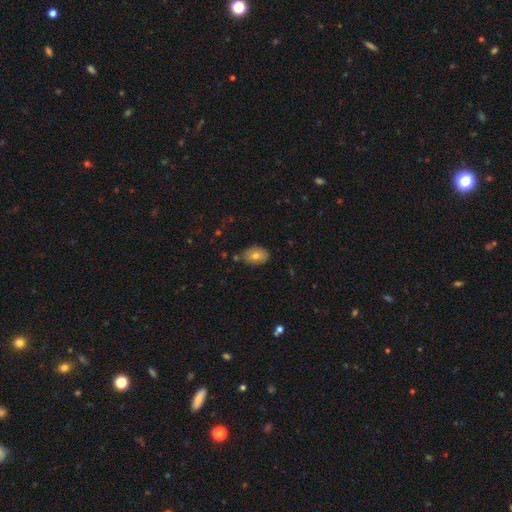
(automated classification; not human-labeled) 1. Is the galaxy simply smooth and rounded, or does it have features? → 75% smooth, 16% featured or disk, 9% star or artifact.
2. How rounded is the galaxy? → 85% in between, 14% round, 1% cigar-shaped.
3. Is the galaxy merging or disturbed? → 71% none, 22% minor disturbance, 4% merger, 3% major disturbance.